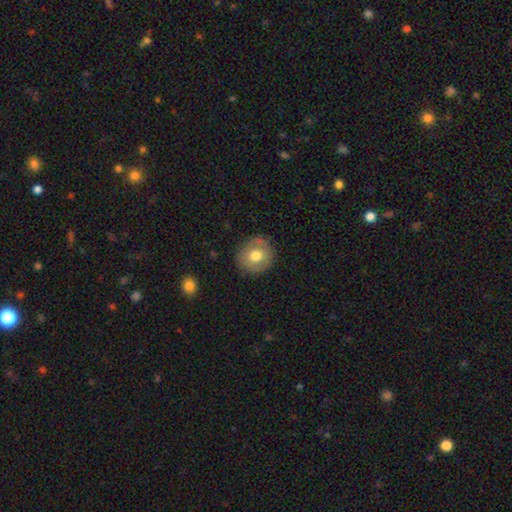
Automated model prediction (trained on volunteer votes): This appears to be a smooth galaxy with no disk features (70%) that is round (88%). Merging: none (85%).